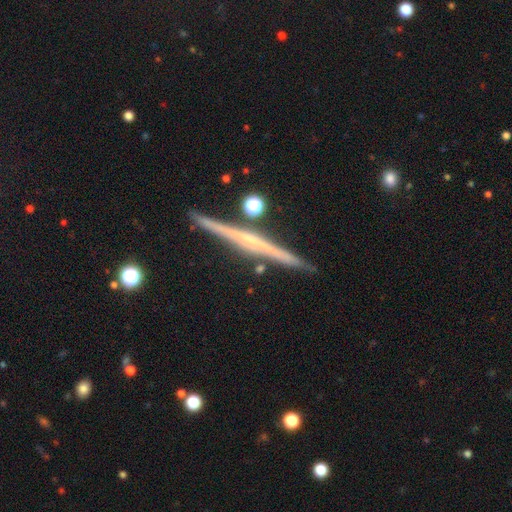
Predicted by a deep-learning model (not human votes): A featured or disk galaxy (74%) viewed edge-on (98%) with no central bulge (60%).

Vote fractions:
- Smooth or featured? featured or disk: 74% / smooth: 18% / star or artifact: 8%
- Edge-on disk? yes: 98% / no: 2%
- Edge-on bulge? none: 60% / rounded: 31% / boxy: 9%
- Merging? none: 86% / minor disturbance: 9% / merger: 3% / major disturbance: 2%